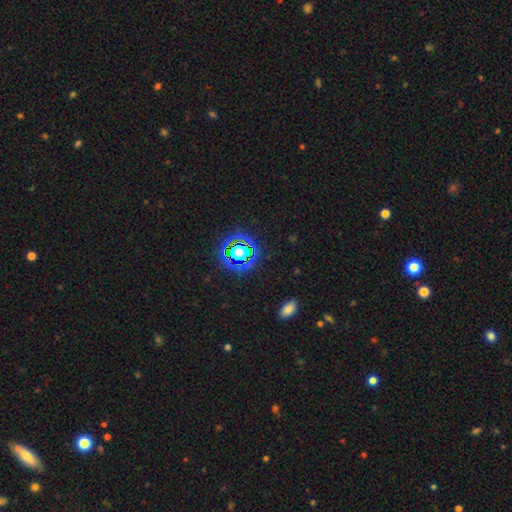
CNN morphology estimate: type=star or artifact (72%).